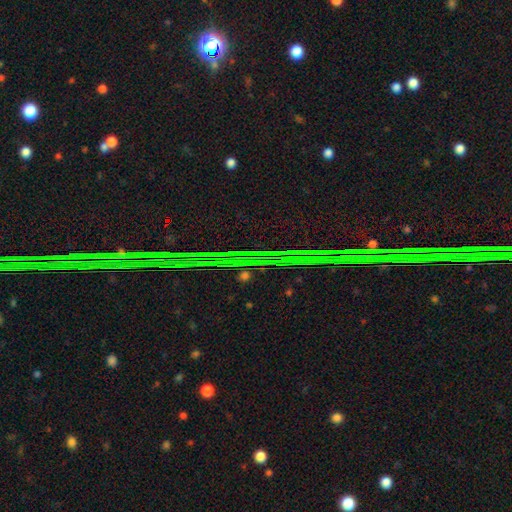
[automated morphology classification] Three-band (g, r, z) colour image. It shows a star or artifact, not a galaxy (84%).